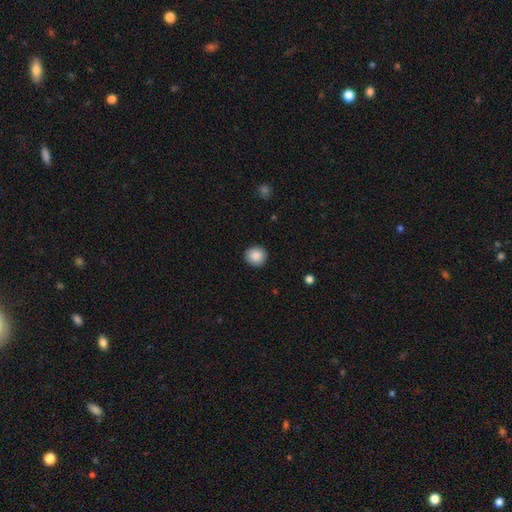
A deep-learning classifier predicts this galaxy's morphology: The model was most divided on "smooth or featured": smooth: 88%, star or artifact: 8%, featured or disk: 3%. More confident: how rounded — round (93%); merging — none (92%).